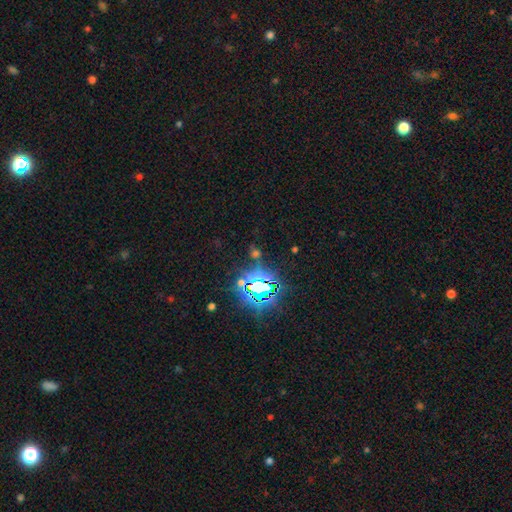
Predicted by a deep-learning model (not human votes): Smooth or featured? Predicted: star or artifact (p=0.80).